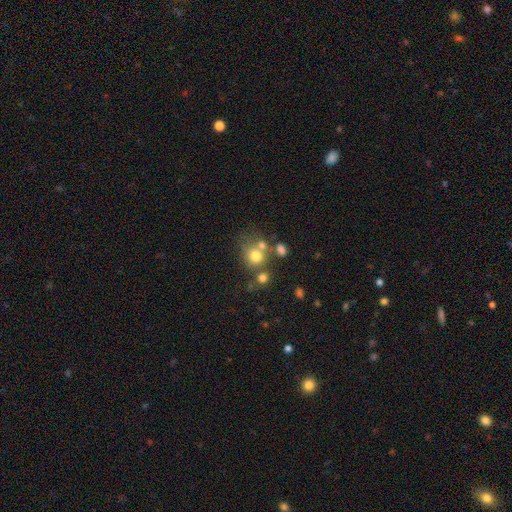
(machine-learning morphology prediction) This appears to be a smooth galaxy with no disk features (71%) that is round (80%). Merging: none (49%).